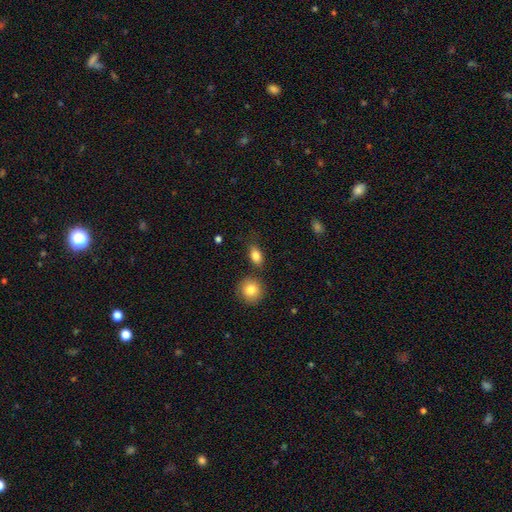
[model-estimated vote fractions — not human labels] A smooth galaxy with no disk features (85%) that is in between round and cigar-shaped (78%).

Vote fractions:
- Smooth or featured? smooth: 85% / star or artifact: 9% / featured or disk: 6%
- How rounded? in between: 78% / round: 19% / cigar-shaped: 3%
- Merging? none: 73% / minor disturbance: 14% / merger: 8% / major disturbance: 4%